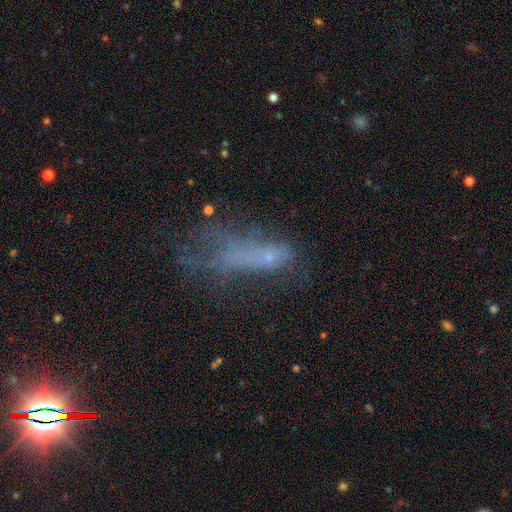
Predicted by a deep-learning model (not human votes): Smooth or featured? smooth (39%)
Merging? major disturbance (40%)